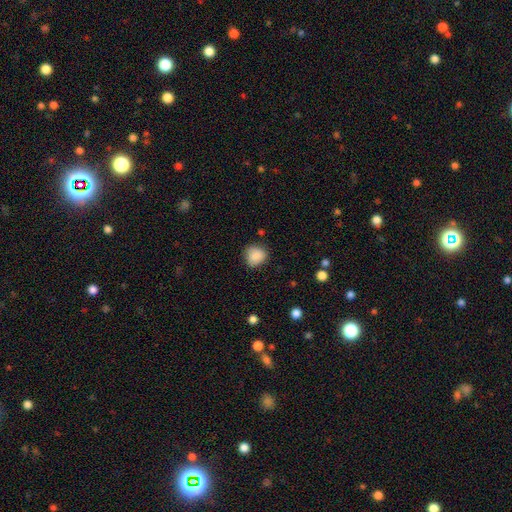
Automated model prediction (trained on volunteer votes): Overall: smooth (86%). How rounded: round (80%). Merging: none (79%).